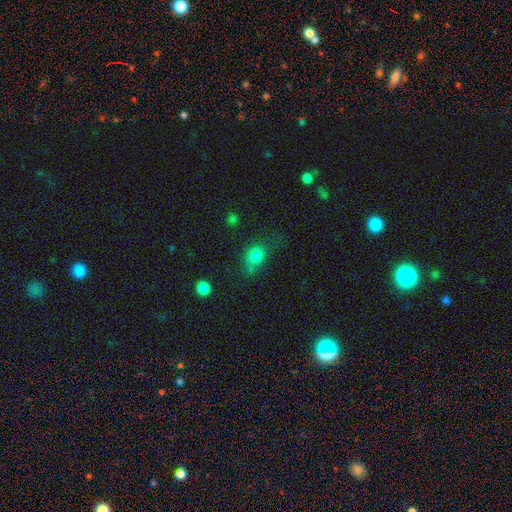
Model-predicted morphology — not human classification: A smooth galaxy with no disk features (80%) that is round (51%). Merging: none (53%).